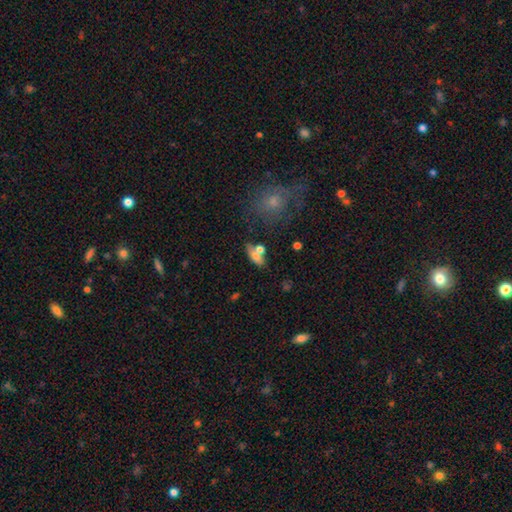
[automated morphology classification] A smooth galaxy with no disk features (68%) that is in between round and cigar-shaped (73%). Merging: none (46%).